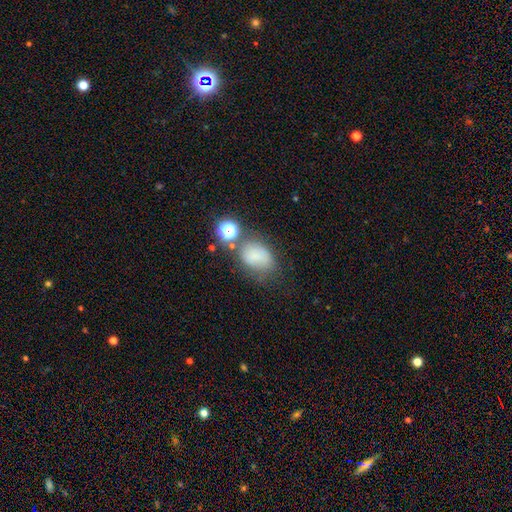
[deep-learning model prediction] A smooth galaxy with no disk features (73%) that is in between round and cigar-shaped (68%).

Vote fractions:
- Smooth or featured? smooth: 73% / star or artifact: 15% / featured or disk: 12%
- How rounded? in between: 68% / round: 31% / cigar-shaped: 1%
- Merging? none: 53% / minor disturbance: 24% / merger: 12% / major disturbance: 11%